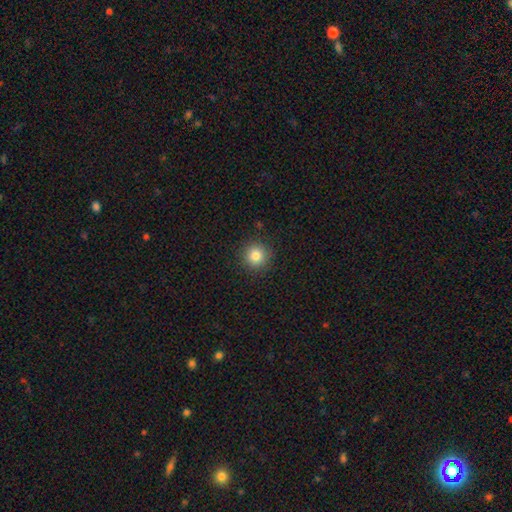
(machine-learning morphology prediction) Smooth or featured?
  - smooth: 82% *
  - star or artifact: 12%
  - featured or disk: 6%
How rounded?
  - round: 94% *
  - in between: 5%
  - cigar-shaped: 1%
Merging?
  - none: 91% *
  - minor disturbance: 6%
  - major disturbance: 2%
  - merger: 1%